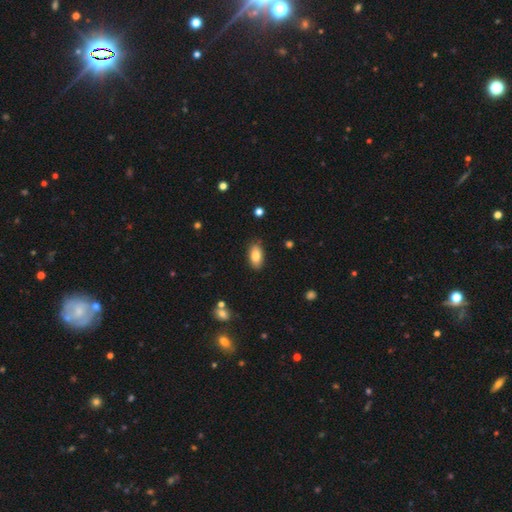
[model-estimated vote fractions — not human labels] smooth 83%, featured or disk 10%, star or artifact 7%. Down the decision tree: how rounded — in between (92%); merging — none (85%).